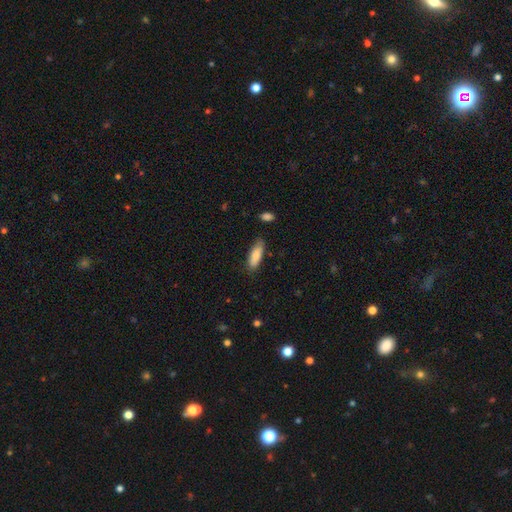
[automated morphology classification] Smooth or featured?
  - smooth: 84% *
  - featured or disk: 10%
  - star or artifact: 6%
How rounded?
  - in between: 54% *
  - cigar-shaped: 45%
  - round: 2%
Merging?
  - none: 78% *
  - minor disturbance: 17%
  - major disturbance: 3%
  - merger: 2%